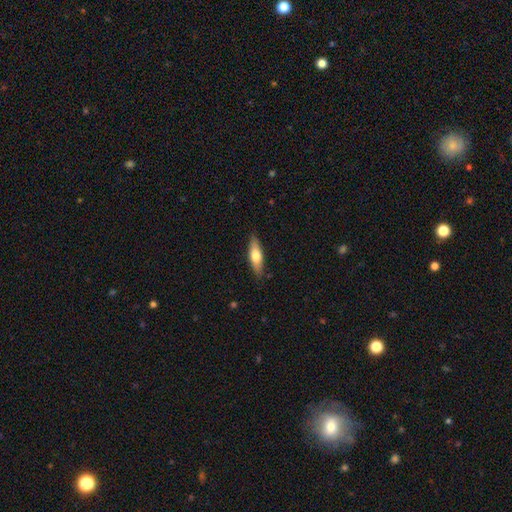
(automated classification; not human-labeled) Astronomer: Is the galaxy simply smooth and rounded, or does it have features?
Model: smooth — 63%.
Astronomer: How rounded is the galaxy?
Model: cigar-shaped — 51% (runner-up: in between, 46%).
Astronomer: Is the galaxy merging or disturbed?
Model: none — 86%.